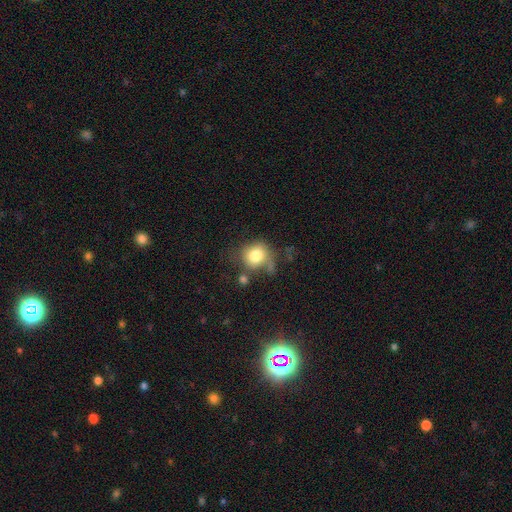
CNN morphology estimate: Smooth or featured: smooth — 79% (featured or disk — 11%)
How rounded: round — 79% (in between — 20%)
Merging: none — 52% (minor disturbance — 23%)